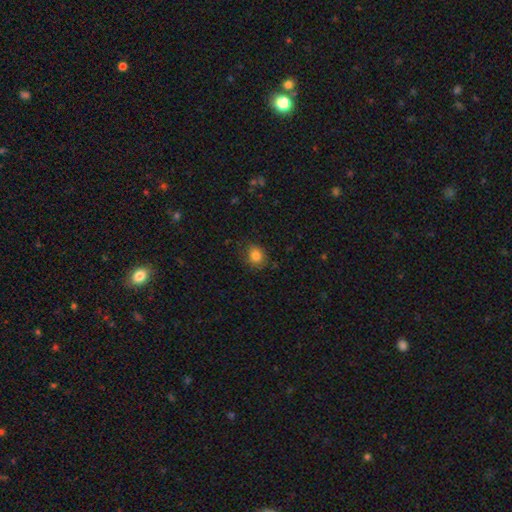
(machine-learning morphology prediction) Overall: smooth (82%). How rounded: round (68%; in between 32%). Merging: none (77%).